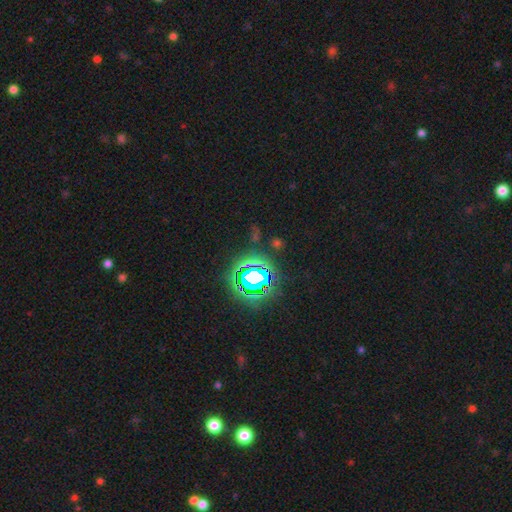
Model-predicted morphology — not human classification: smooth-or-featured: star or artifact: 80% | smooth: 13% | featured or disk: 7%